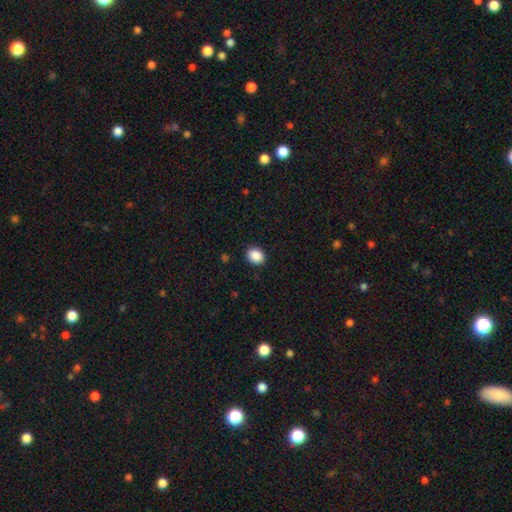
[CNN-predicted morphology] Smooth or featured: smooth — 89% (star or artifact — 8%)
How rounded: round — 52% (in between — 47%)
Merging: none — 90% (minor disturbance — 7%)